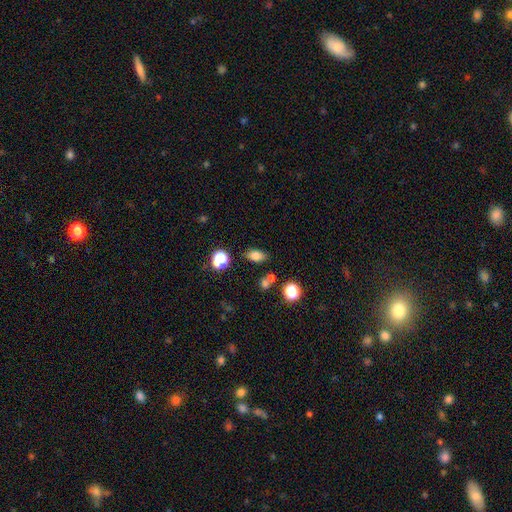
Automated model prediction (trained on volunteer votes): This appears to be a smooth galaxy with no disk features (76%) that is in between round and cigar-shaped (83%). Merging: none (80%).